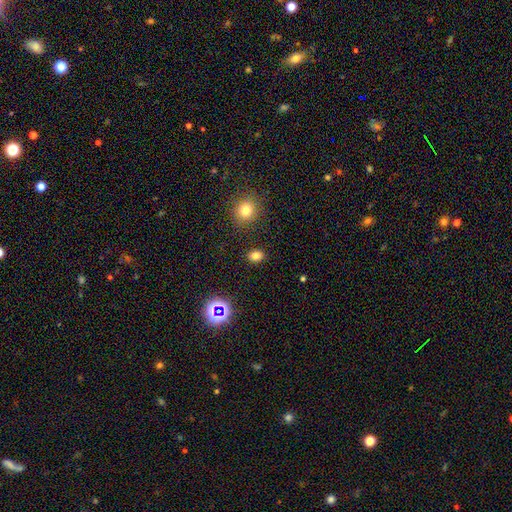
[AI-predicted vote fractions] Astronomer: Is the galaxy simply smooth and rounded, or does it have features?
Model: smooth — 77%.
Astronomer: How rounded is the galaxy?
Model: in between — 60% (runner-up: round, 39%).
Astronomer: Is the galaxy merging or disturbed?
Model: none — 87%.